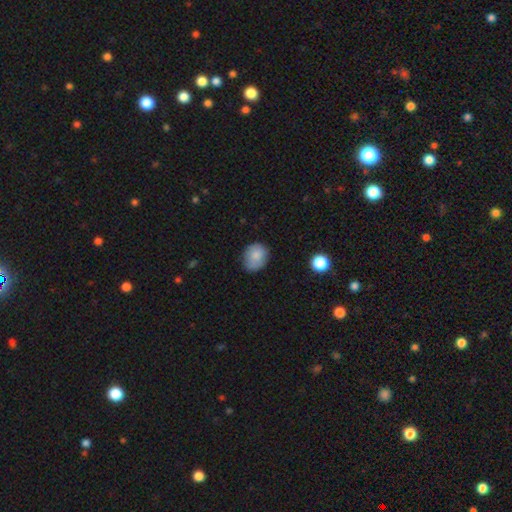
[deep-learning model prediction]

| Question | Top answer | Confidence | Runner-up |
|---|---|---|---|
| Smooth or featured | smooth | 81% | featured or disk (11%) |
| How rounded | round | 50% | in between (49%) |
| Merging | none | 68% | minor disturbance (25%) |